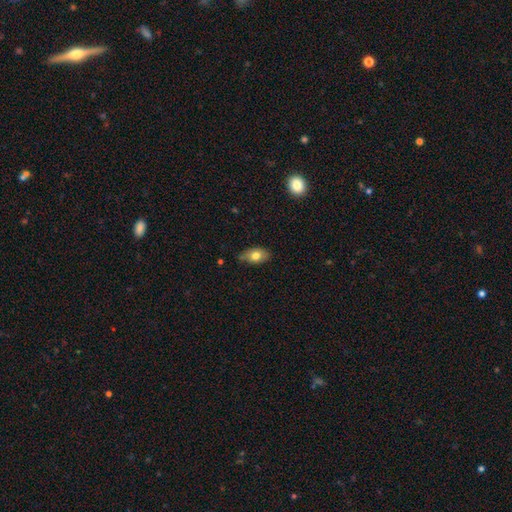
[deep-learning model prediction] Overall: smooth (75%). How rounded: in between (87%). Merging: none (70%).